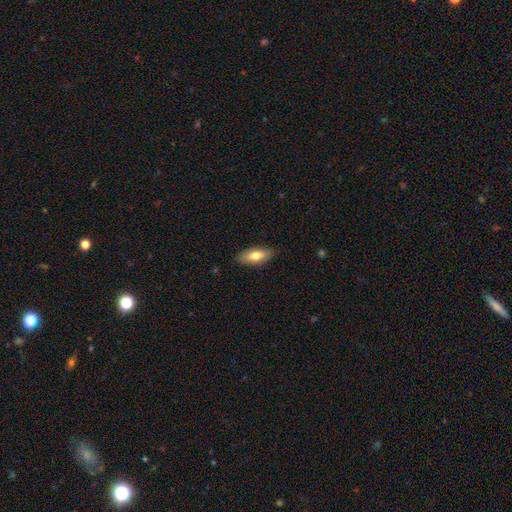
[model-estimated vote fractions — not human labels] Smooth or featured? Predicted: smooth (p=0.71). How rounded? Predicted: in between (p=0.81). Merging? Predicted: none (p=0.85).